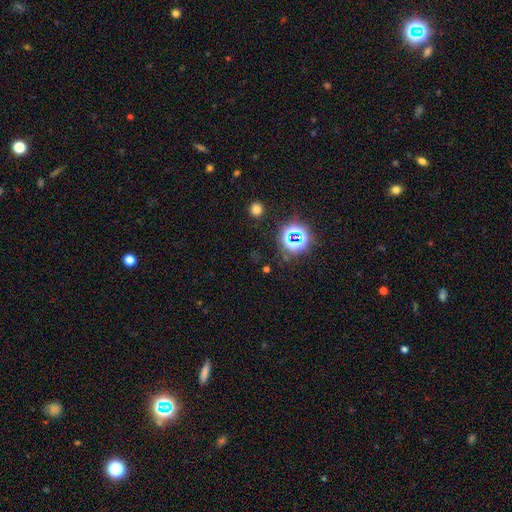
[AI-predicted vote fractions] This is likely a star or artifact rather than a galaxy (70%).